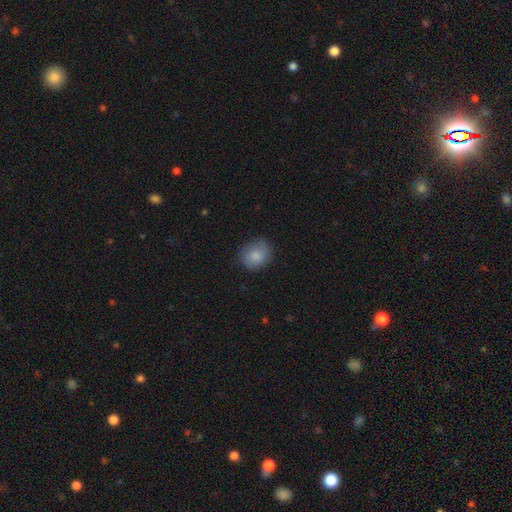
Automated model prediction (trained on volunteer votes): smooth 83%, featured or disk 10%, star or artifact 7%. Down the decision tree: how rounded — round (69%); merging — none (79%).